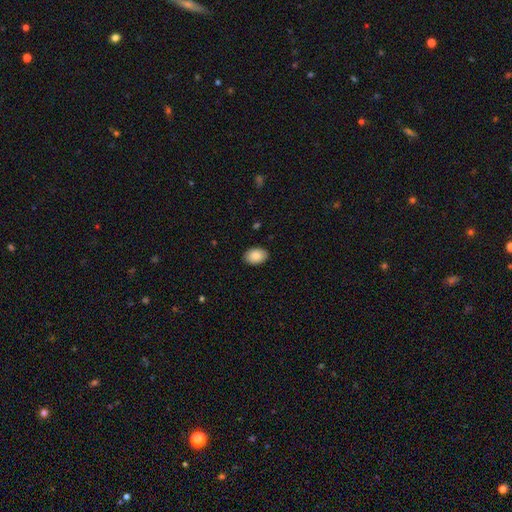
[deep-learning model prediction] smooth_or_featured: smooth (p=0.89) [alt: star or artifact p=0.07]
how_rounded: in between (p=0.86) [alt: round p=0.13]
merging: none (p=0.89) [alt: minor disturbance p=0.08]